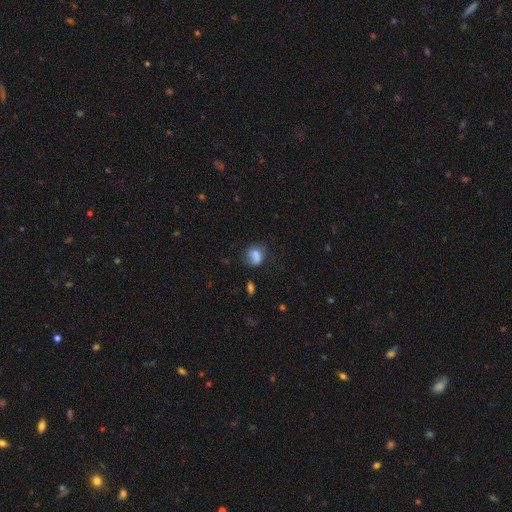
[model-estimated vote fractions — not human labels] This is likely a smooth galaxy (75%). How rounded: possibly round (55%). Merging: possibly none (49%).